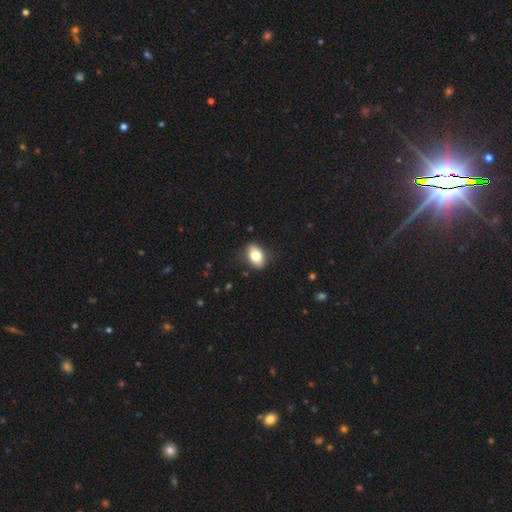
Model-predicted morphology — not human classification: Smooth or featured: smooth — 77% (featured or disk — 16%)
How rounded: in between — 83% (round — 15%)
Merging: none — 82% (minor disturbance — 14%)